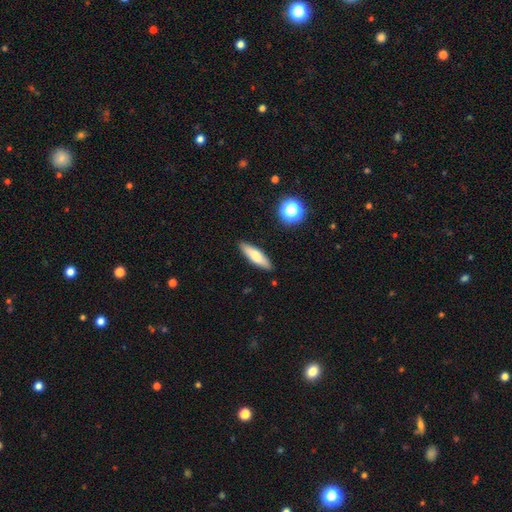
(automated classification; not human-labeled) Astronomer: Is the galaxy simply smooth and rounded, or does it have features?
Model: smooth — 69%.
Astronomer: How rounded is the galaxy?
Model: cigar-shaped — 63%.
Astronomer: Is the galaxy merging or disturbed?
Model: none — 88%.